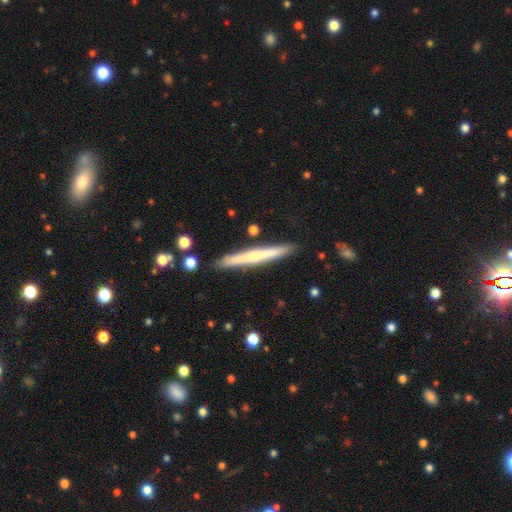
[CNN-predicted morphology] Smooth or featured? Predicted: featured or disk (p=0.54). Edge-on disk? Predicted: yes (p=0.96). Edge-on bulge? Predicted: rounded (p=0.49). Merging? Predicted: none (p=0.89).